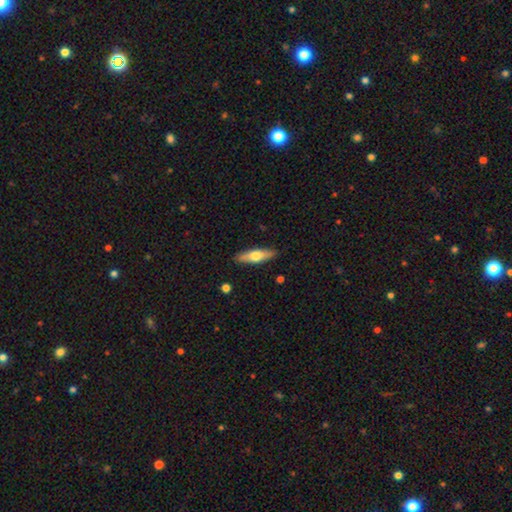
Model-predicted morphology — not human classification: This is possibly a smooth galaxy (54%). How rounded: possibly cigar-shaped (58%). Merging: clearly none (88%).